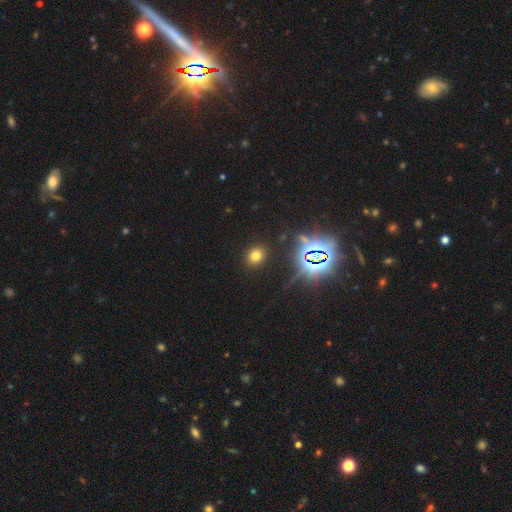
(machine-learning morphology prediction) smooth_or_featured: smooth (p=0.67) [alt: star or artifact p=0.26]
how_rounded: round (p=0.63) [alt: in between p=0.36]
merging: none (p=0.89) [alt: minor disturbance p=0.06]